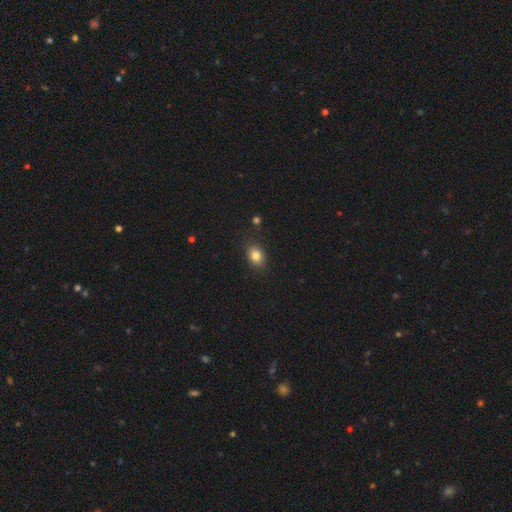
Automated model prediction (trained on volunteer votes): A smooth galaxy with no disk features (83%) that is in between round and cigar-shaped (64%). Merging: none (82%).